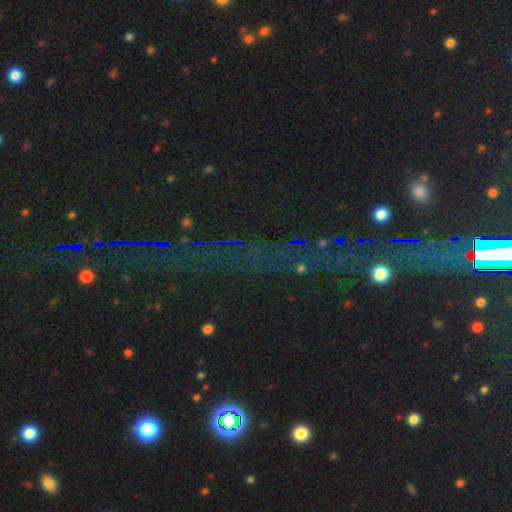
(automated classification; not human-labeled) A star or artifact, not a galaxy (78%).